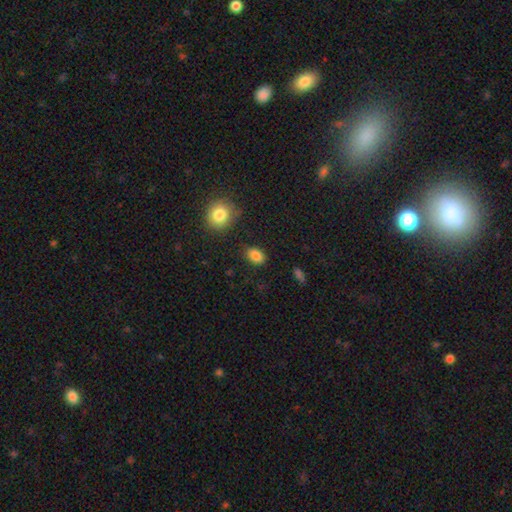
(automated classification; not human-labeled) Smooth or featured? smooth (84%)
How rounded? in between (80%)
Merging? none (81%)